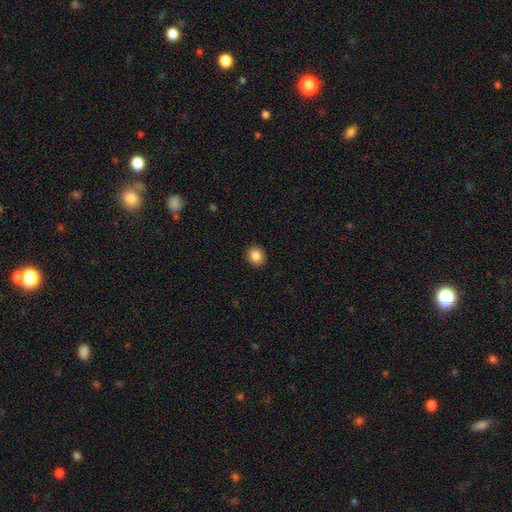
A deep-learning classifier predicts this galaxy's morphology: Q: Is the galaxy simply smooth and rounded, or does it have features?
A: smooth — 86%.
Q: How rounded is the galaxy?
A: round — 72%.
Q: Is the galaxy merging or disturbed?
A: none — 92%.